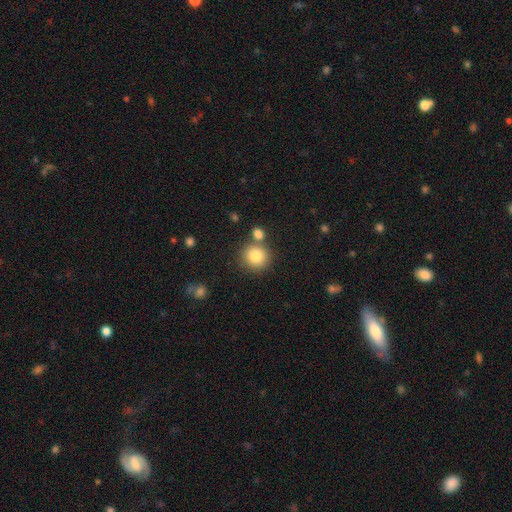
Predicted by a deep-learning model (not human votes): smooth-or-featured: smooth: 83% | star or artifact: 10% | featured or disk: 7%
  how-rounded: round: 91% | in between: 9% | cigar-shaped: 1%
  merging: none: 72% | merger: 17% | minor disturbance: 9% | major disturbance: 3%